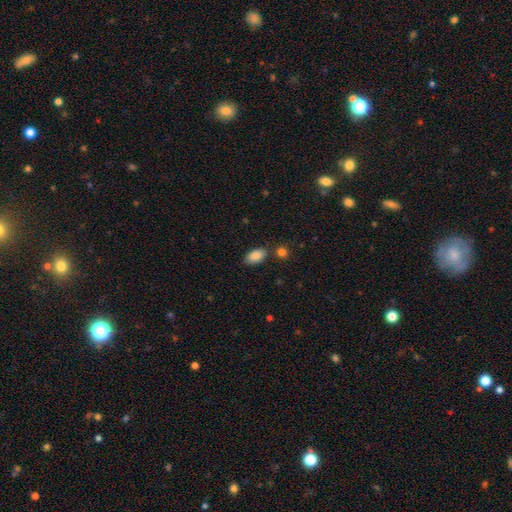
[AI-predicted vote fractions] A smooth galaxy with no disk features (86%) that is in between round and cigar-shaped (92%).

Vote fractions:
- Smooth or featured? smooth: 86% / star or artifact: 7% / featured or disk: 6%
- How rounded? in between: 92% / round: 6% / cigar-shaped: 2%
- Merging? none: 79% / minor disturbance: 12% / merger: 7% / major disturbance: 3%